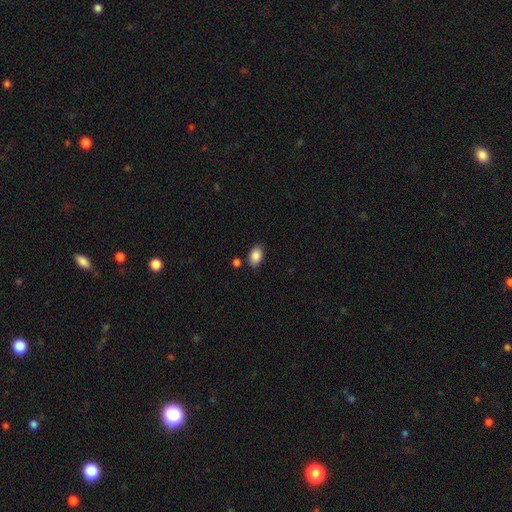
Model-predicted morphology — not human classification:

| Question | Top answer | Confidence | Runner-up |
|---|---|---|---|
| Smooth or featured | smooth | 88% | star or artifact (8%) |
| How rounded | in between | 88% | round (11%) |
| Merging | none | 82% | minor disturbance (11%) |